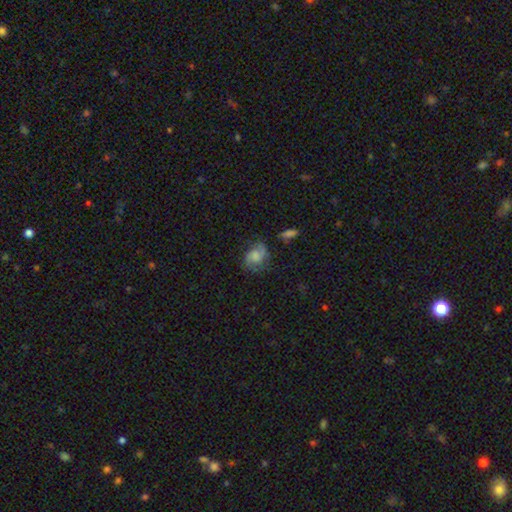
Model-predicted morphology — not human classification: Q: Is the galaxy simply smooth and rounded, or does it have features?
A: smooth — 47%.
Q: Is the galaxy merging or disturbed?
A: none — 58%.